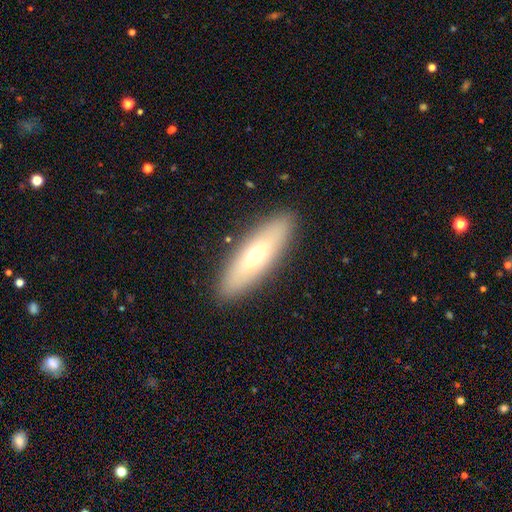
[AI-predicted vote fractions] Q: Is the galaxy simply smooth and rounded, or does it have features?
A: smooth — 58%.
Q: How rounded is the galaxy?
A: cigar-shaped — 50%.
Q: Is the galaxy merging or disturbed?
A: none — 89%.